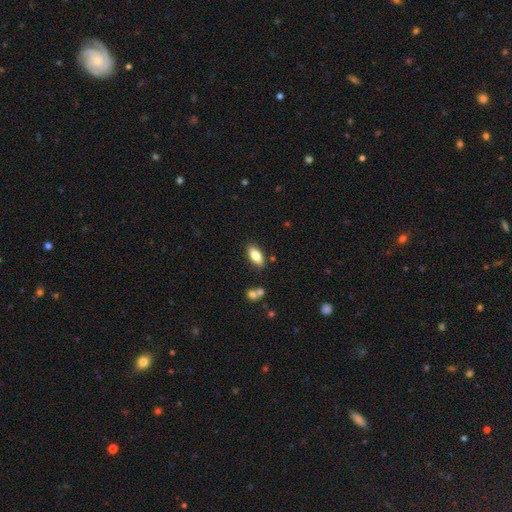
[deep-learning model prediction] A smooth galaxy with no disk features (79%) that is in between round and cigar-shaped (87%). Merging: none (83%).